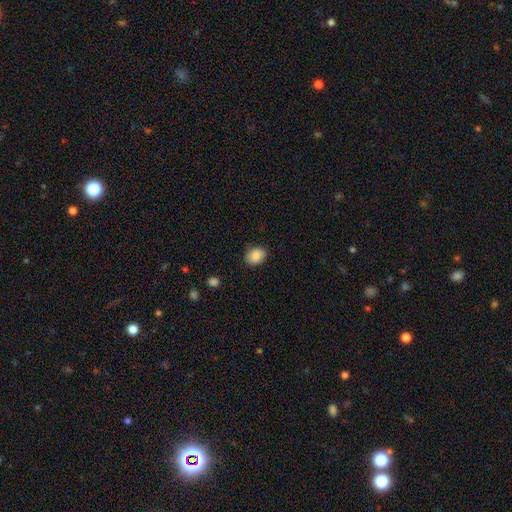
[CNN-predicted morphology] Q: Smooth or featured?
A: smooth (87%); runner-up: star or artifact (8%)
Q: How rounded?
A: round (54%); runner-up: in between (45%)
Q: Merging?
A: none (83%); runner-up: minor disturbance (12%)